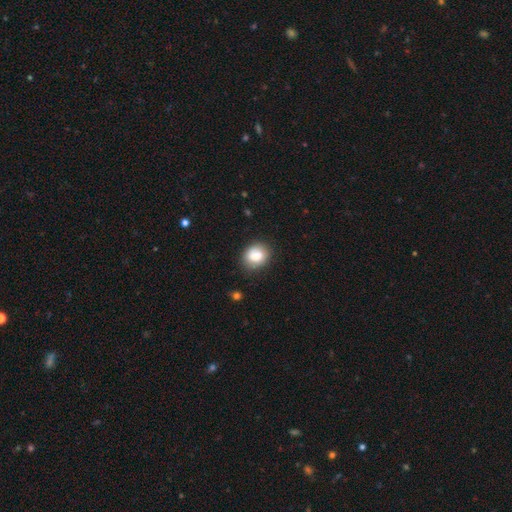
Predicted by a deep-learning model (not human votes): Smooth or featured?
  - smooth: 79% *
  - featured or disk: 12%
  - star or artifact: 8%
How rounded?
  - in between: 50% *
  - round: 49%
  - cigar-shaped: 1%
Merging?
  - none: 73% *
  - minor disturbance: 19%
  - major disturbance: 5%
  - merger: 3%